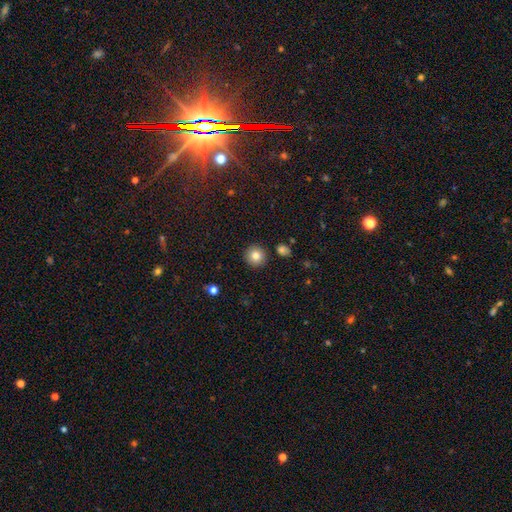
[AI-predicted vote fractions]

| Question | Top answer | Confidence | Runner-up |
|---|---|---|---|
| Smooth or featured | smooth | 83% | star or artifact (10%) |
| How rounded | round | 95% | in between (4%) |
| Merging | none | 91% | minor disturbance (5%) |